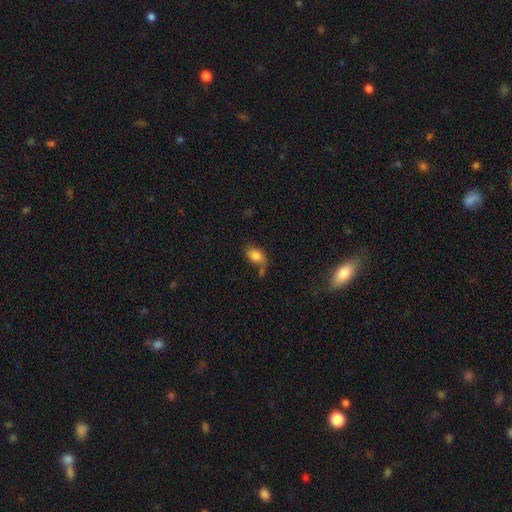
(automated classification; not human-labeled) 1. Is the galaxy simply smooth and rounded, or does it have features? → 82% smooth, 9% featured or disk, 9% star or artifact.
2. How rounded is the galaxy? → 89% in between, 8% round, 2% cigar-shaped.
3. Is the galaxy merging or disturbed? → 50% none, 20% minor disturbance, 20% merger, 10% major disturbance.